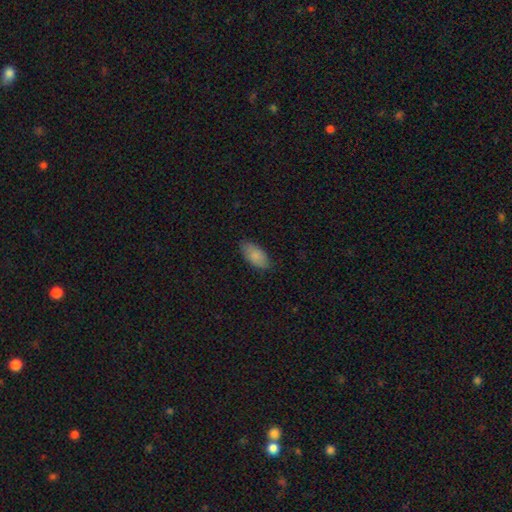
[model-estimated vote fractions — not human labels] Smooth or featured: smooth — 85% (featured or disk — 8%)
How rounded: in between — 92% (cigar-shaped — 6%)
Merging: none — 81% (minor disturbance — 15%)